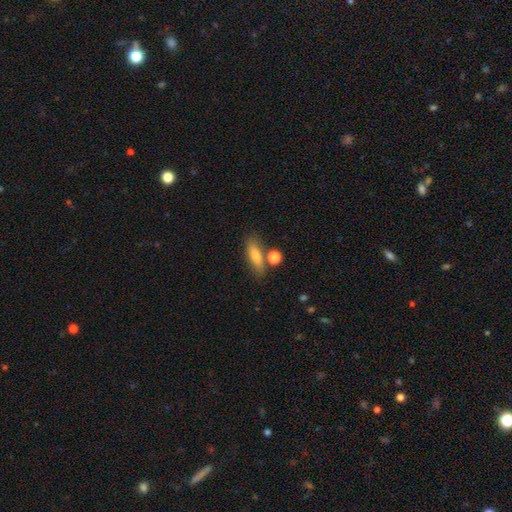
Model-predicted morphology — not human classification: Q: Smooth or featured?
A: smooth (75%); runner-up: featured or disk (16%)
Q: How rounded?
A: in between (51%); runner-up: cigar-shaped (43%)
Q: Merging?
A: none (70%); runner-up: minor disturbance (13%)